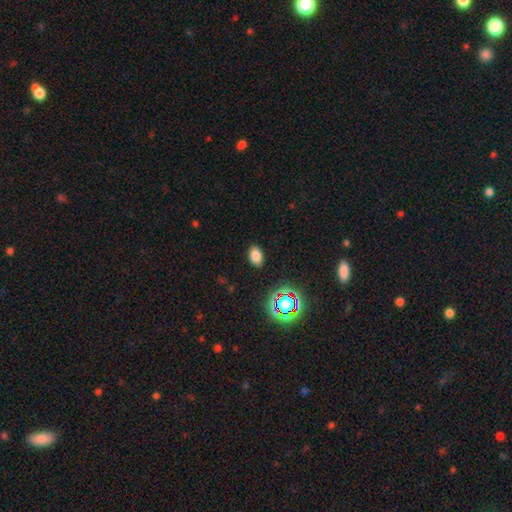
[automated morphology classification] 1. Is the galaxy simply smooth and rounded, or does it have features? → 78% smooth, 16% star or artifact, 6% featured or disk.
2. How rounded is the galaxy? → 86% in between, 13% round, 1% cigar-shaped.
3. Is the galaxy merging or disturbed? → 88% none, 9% minor disturbance, 3% major disturbance, 1% merger.